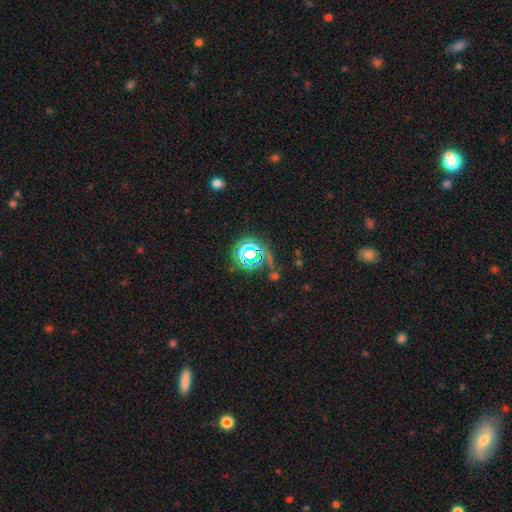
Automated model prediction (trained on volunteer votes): This appears to be a star or artifact, not a galaxy (62%).